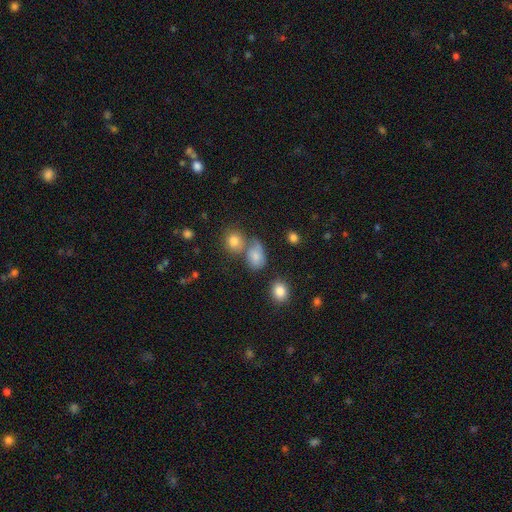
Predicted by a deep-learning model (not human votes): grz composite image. It shows a smooth galaxy with no disk features (75%) that is in between round and cigar-shaped (64%). Merging: none (42%).